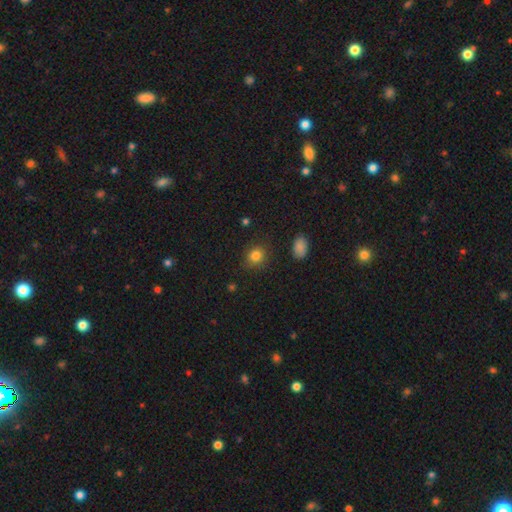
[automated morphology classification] The model was most divided on "how rounded": round: 69%, in between: 30%, cigar-shaped: 1%. More confident: merging — none (85%); smooth or featured — smooth (83%).